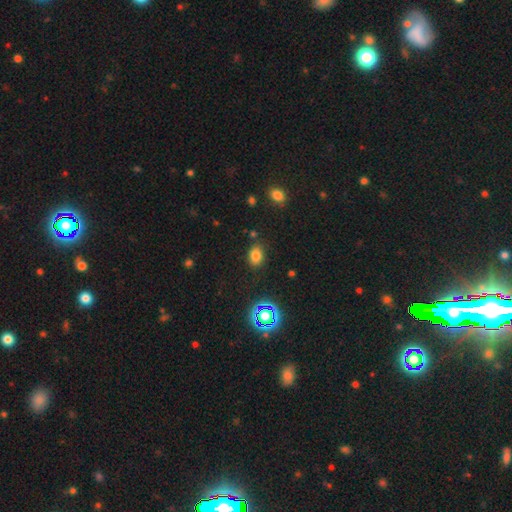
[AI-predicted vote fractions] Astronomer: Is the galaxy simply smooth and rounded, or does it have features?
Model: smooth — 77%.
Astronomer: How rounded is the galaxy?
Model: in between — 69%.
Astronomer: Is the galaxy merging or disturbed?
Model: none — 82%.